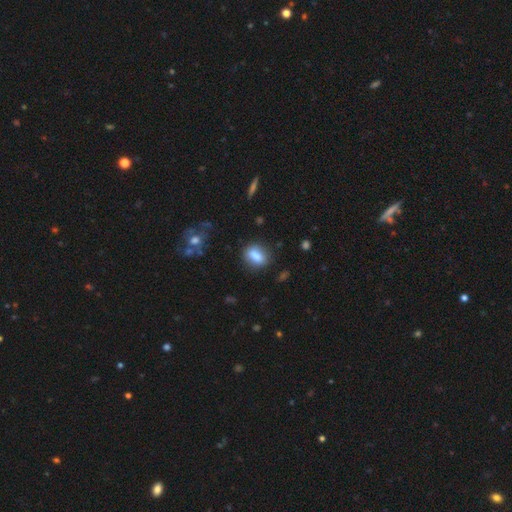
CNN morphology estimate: smooth-or-featured: smooth: 81% | featured or disk: 10% | star or artifact: 8%
  how-rounded: in between: 70% | round: 23% | cigar-shaped: 7%
  merging: none: 75% | minor disturbance: 15% | merger: 6% | major disturbance: 5%